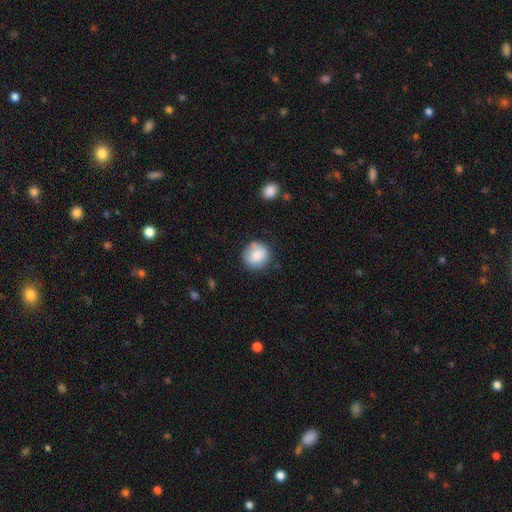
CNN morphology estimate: Smooth or featured: smooth — 80% (featured or disk — 12%)
How rounded: round — 90% (in between — 9%)
Merging: none — 75% (minor disturbance — 17%)